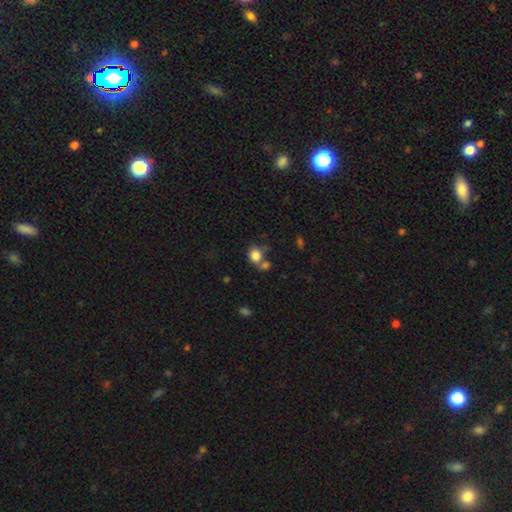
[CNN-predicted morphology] A smooth galaxy with no disk features (83%) that is round (64%).

Vote fractions:
- Smooth or featured? smooth: 83% / star or artifact: 10% / featured or disk: 7%
- How rounded? round: 64% / in between: 35% / cigar-shaped: 1%
- Merging? none: 50% / merger: 31% / minor disturbance: 13% / major disturbance: 6%